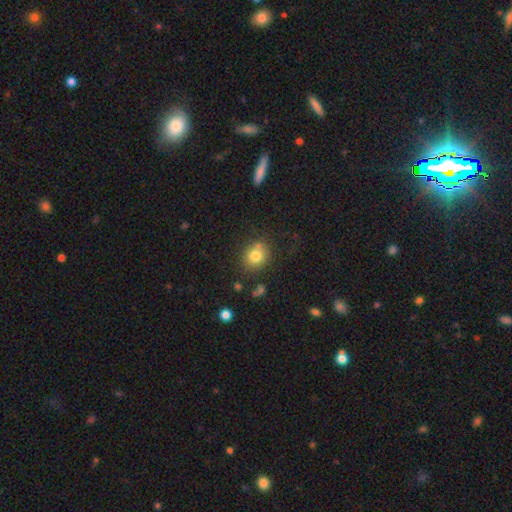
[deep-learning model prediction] A smooth galaxy with no disk features (79%) that is round (68%).

Vote fractions:
- Smooth or featured? smooth: 79% / star or artifact: 11% / featured or disk: 10%
- How rounded? round: 68% / in between: 31% / cigar-shaped: 1%
- Merging? none: 75% / minor disturbance: 14% / merger: 7% / major disturbance: 4%